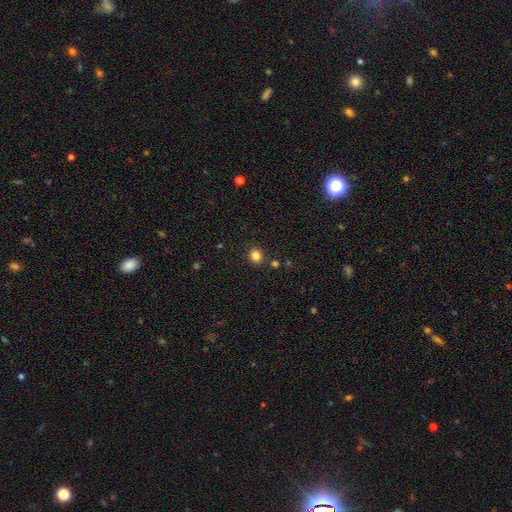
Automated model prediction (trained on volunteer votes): This is clearly a smooth galaxy (83%). How rounded: clearly round (82%). Merging: clearly none (88%).